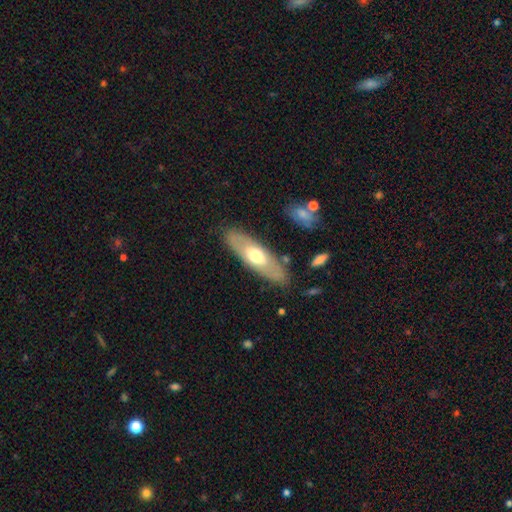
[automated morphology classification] Smooth or featured? smooth (49%)
Merging? none (84%)